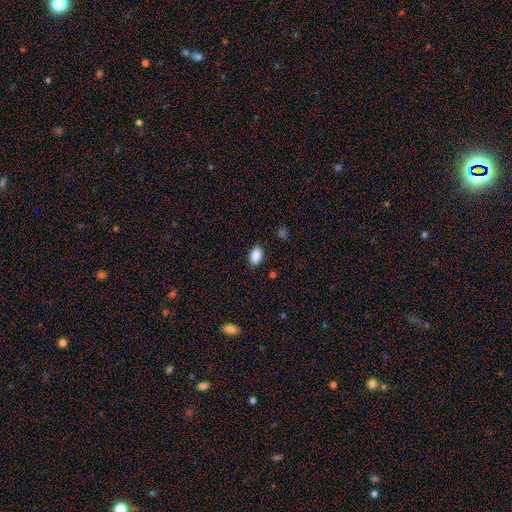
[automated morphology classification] A smooth galaxy with no disk features (89%) that is in between round and cigar-shaped (90%). Merging: none (86%).